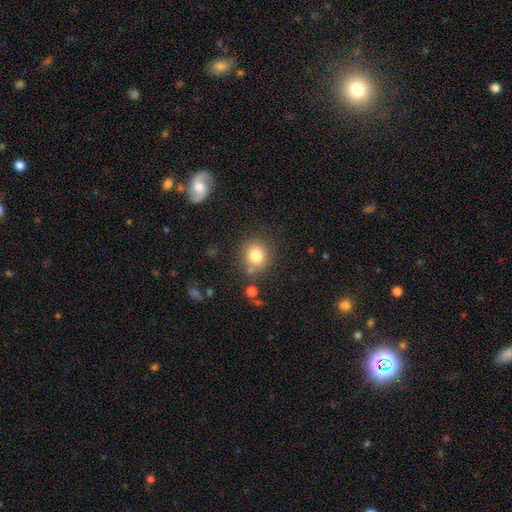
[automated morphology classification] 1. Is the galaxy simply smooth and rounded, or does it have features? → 79% smooth, 12% star or artifact, 9% featured or disk.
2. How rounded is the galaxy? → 86% round, 13% in between, 1% cigar-shaped.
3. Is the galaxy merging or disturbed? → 77% none, 12% minor disturbance, 7% merger, 4% major disturbance.